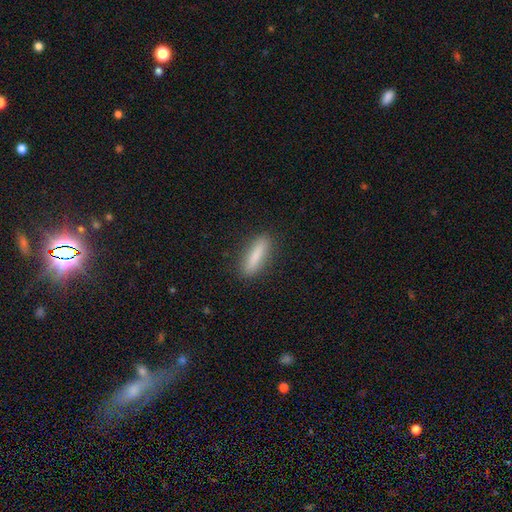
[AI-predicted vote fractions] Smooth or featured? Predicted: smooth (p=0.81). How rounded? Predicted: cigar-shaped (p=0.75). Merging? Predicted: none (p=0.88).